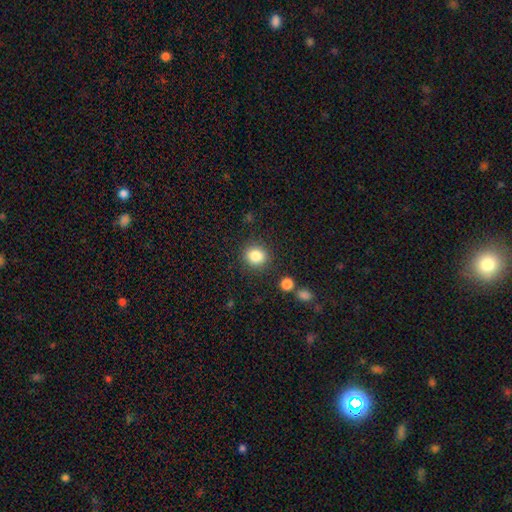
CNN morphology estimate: A smooth galaxy with no disk features (84%) that is round (81%). Merging: none (86%).